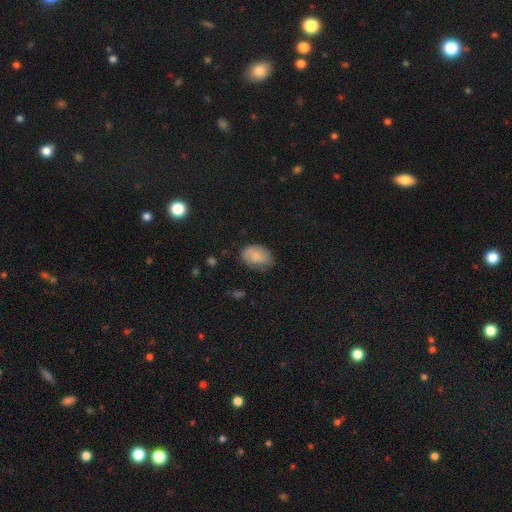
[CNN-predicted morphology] Q: Smooth or featured?
A: smooth (81%); runner-up: featured or disk (11%)
Q: How rounded?
A: in between (81%); runner-up: round (17%)
Q: Merging?
A: none (66%); runner-up: minor disturbance (26%)